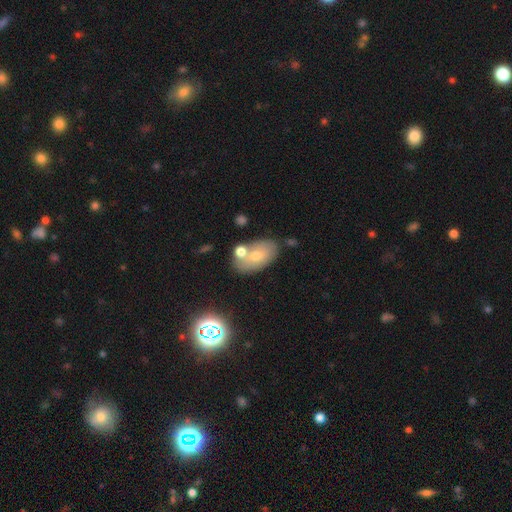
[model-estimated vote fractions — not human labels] smooth-or-featured: smooth: 63% | featured or disk: 26% | star or artifact: 11%
  how-rounded: in between: 90% | round: 9% | cigar-shaped: 2%
  merging: none: 60% | merger: 22% | minor disturbance: 14% | major disturbance: 4%